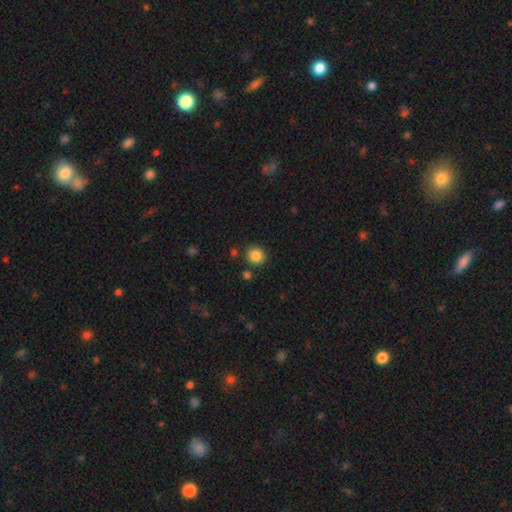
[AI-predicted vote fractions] The model was most divided on "smooth or featured": smooth: 86%, star or artifact: 10%, featured or disk: 4%. More confident: how rounded — round (89%); merging — none (86%).